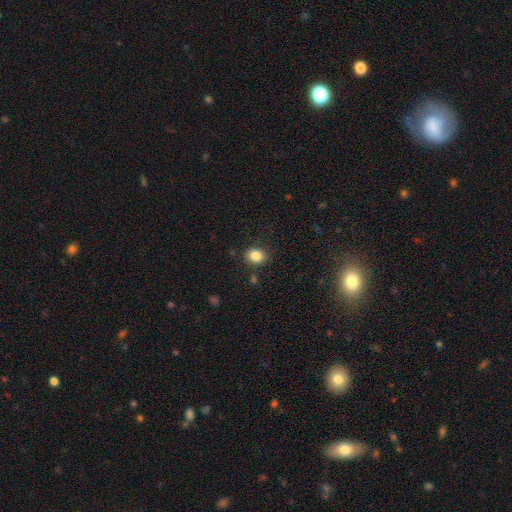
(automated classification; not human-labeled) Smooth or featured? smooth (84%)
How rounded? round (61%)
Merging? none (85%)